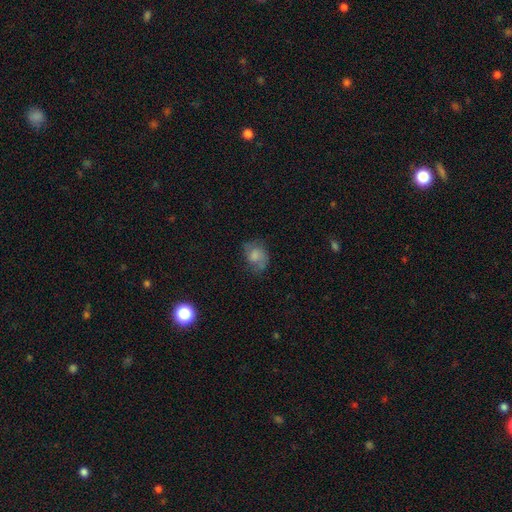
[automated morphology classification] Smooth or featured? Predicted: smooth (p=0.56). How rounded? Predicted: in between (p=0.59). Merging? Predicted: none (p=0.53).